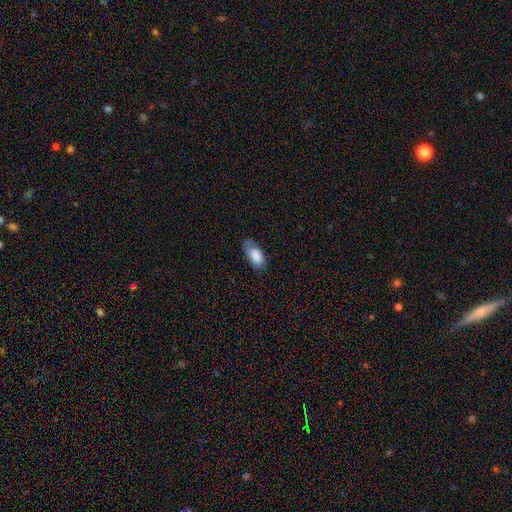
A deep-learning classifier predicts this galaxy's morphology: smooth-or-featured: smooth: 79% | featured or disk: 14% | star or artifact: 7%
  how-rounded: in between: 93% | cigar-shaped: 4% | round: 3%
  merging: none: 57% | minor disturbance: 30% | major disturbance: 11% | merger: 2%